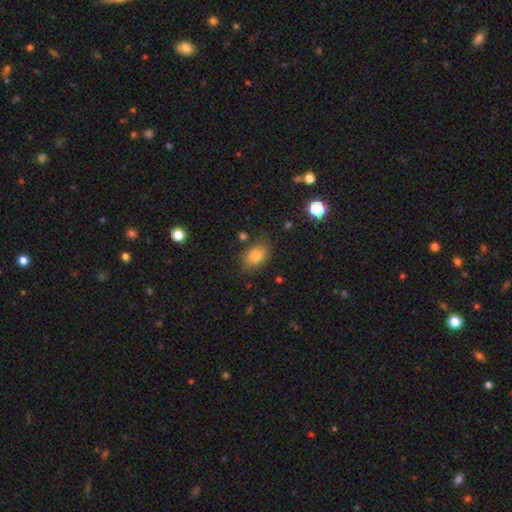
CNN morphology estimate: smooth-or-featured: smooth: 82% | star or artifact: 10% | featured or disk: 8%
  how-rounded: in between: 79% | round: 20% | cigar-shaped: 1%
  merging: none: 75% | minor disturbance: 17% | major disturbance: 5% | merger: 3%